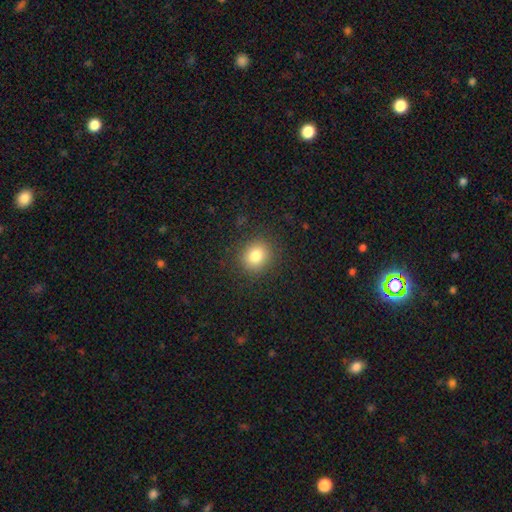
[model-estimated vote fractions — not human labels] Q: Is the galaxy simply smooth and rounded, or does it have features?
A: smooth — 81%.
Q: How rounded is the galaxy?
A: round — 79%.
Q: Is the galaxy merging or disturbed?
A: none — 88%.